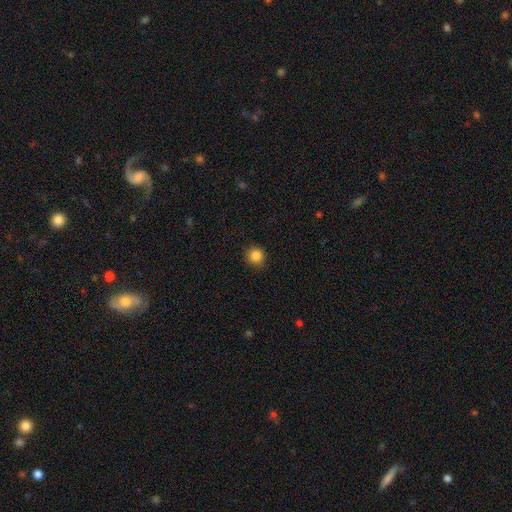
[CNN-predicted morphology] type=smooth (85%); roundness=round (93%); merging=none (90%).